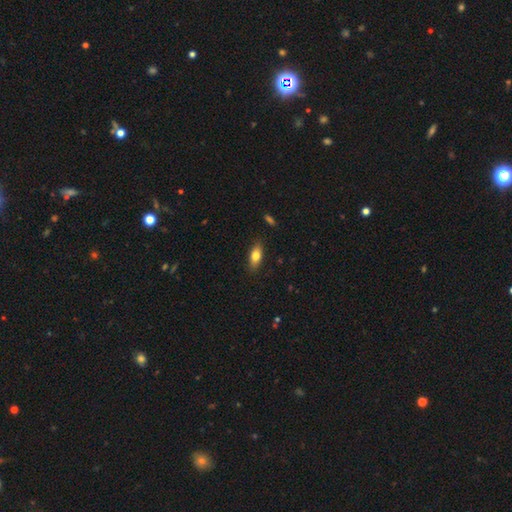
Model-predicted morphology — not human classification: The model was most divided on "smooth or featured": smooth: 76%, featured or disk: 17%, star or artifact: 7%. More confident: merging — none (86%); how rounded — in between (79%).